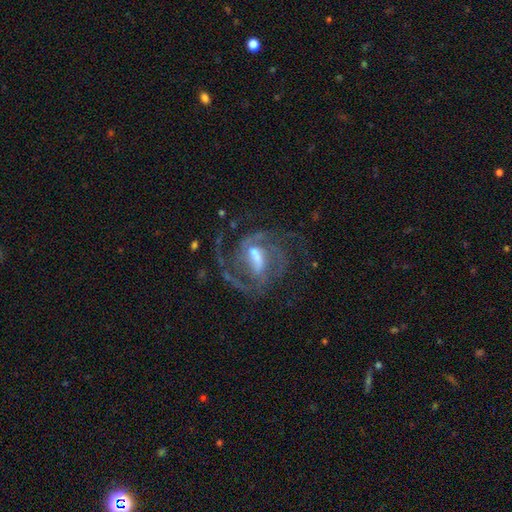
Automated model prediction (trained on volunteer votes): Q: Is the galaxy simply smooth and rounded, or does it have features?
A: featured or disk — 90%.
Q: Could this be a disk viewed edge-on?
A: no — 97%.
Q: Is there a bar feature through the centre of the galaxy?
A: weak — 47%.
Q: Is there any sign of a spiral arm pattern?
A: yes — 97%.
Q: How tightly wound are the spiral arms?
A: medium — 55%.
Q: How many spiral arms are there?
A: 2 — 48%.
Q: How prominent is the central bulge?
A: moderate — 47%.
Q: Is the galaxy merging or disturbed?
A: none — 60%.